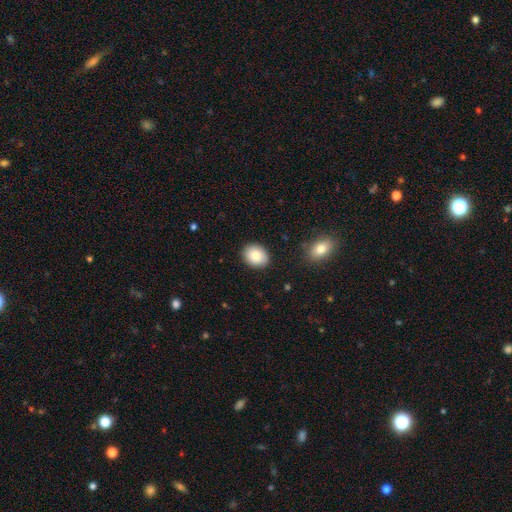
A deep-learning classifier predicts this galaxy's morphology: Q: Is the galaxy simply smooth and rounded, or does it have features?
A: smooth — 84%.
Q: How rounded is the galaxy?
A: in between — 55%.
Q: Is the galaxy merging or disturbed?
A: none — 89%.